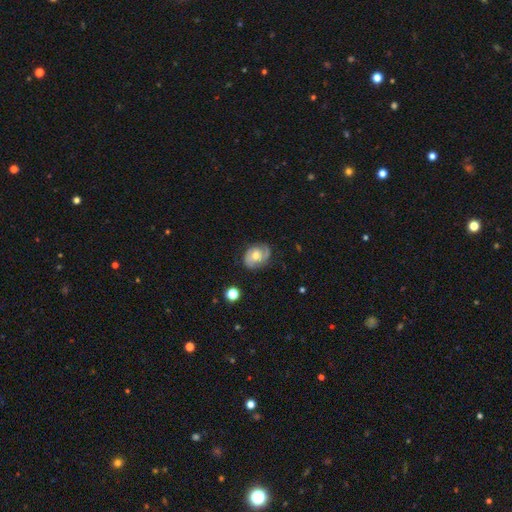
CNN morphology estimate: smooth_or_featured: featured or disk (p=0.74) [alt: smooth p=0.19]
disk_edge_on: no (p=0.97) [alt: yes p=0.03]
bar: no (p=0.66) [alt: weak p=0.28]
has_spiral_arms: yes (p=0.91) [alt: no p=0.09]
spiral_winding: tight (p=0.44) [alt: medium p=0.41]
spiral_arm_count: 2 (p=0.76) [alt: can't tell p=0.10]
bulge_size: moderate (p=0.69) [alt: small p=0.23]
merging: none (p=0.75) [alt: minor disturbance p=0.18]